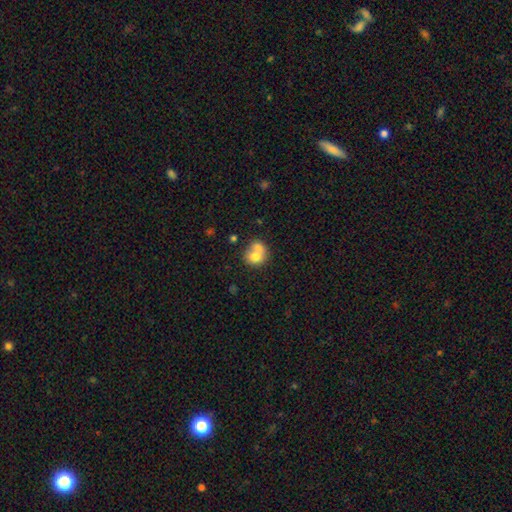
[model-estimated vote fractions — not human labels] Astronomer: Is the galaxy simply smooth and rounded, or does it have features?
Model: smooth — 69%.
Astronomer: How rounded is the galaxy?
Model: round — 71%.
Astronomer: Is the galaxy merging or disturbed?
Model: merger — 61%.